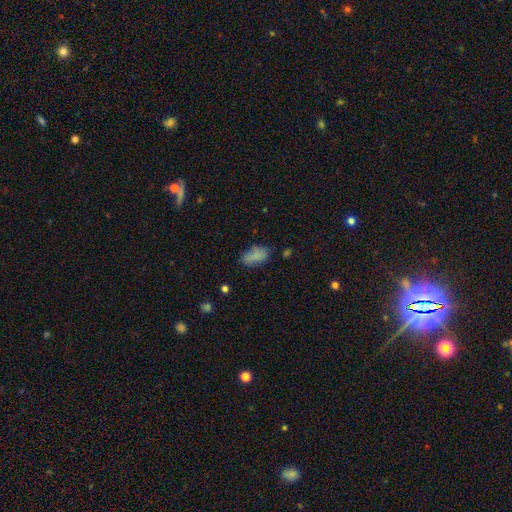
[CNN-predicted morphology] The model was most divided on "merging": none: 68%, minor disturbance: 22%, major disturbance: 7%, merger: 4%. More confident: how rounded — in between (90%); smooth or featured — smooth (82%).